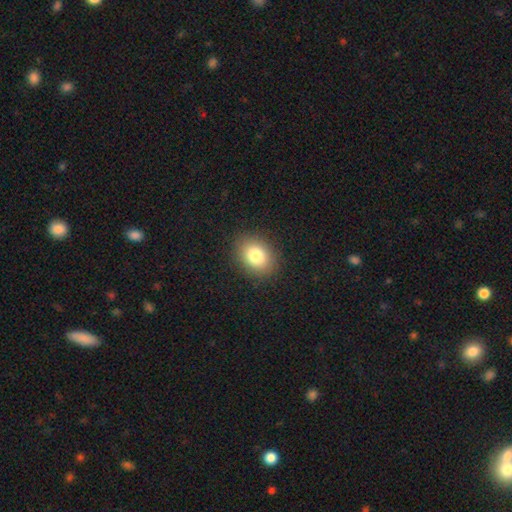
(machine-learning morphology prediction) A smooth galaxy with no disk features (81%) that is in between round and cigar-shaped (58%).

Vote fractions:
- Smooth or featured? smooth: 81% / star or artifact: 10% / featured or disk: 9%
- How rounded? in between: 58% / round: 41% / cigar-shaped: 1%
- Merging? none: 89% / minor disturbance: 8% / major disturbance: 3% / merger: 1%